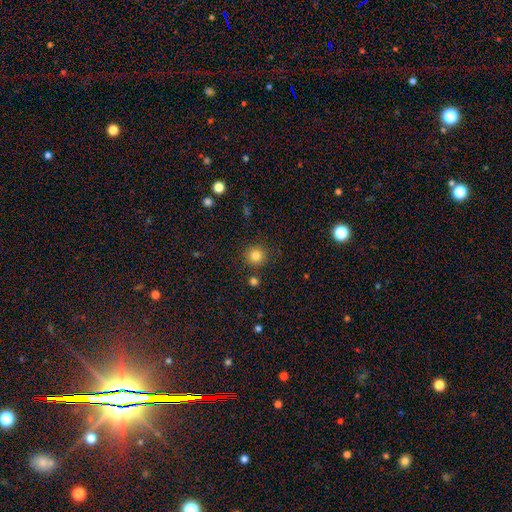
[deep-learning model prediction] Smooth or featured?
  - smooth: 82% *
  - star or artifact: 12%
  - featured or disk: 5%
How rounded?
  - round: 93% *
  - in between: 6%
  - cigar-shaped: 1%
Merging?
  - none: 87% *
  - minor disturbance: 7%
  - merger: 4%
  - major disturbance: 2%